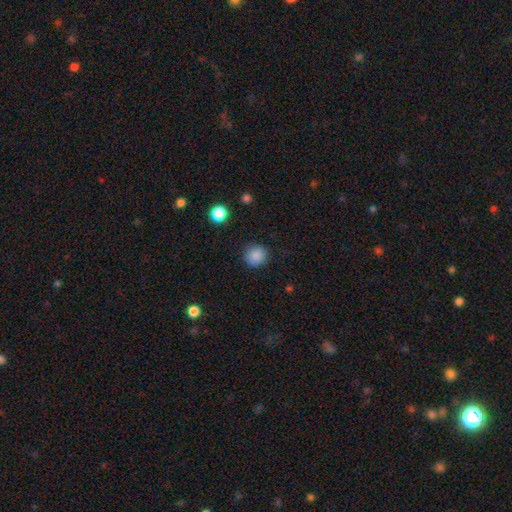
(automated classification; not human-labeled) smooth 86%, star or artifact 10%, featured or disk 3%. Down the decision tree: how rounded — round (87%); merging — none (87%).